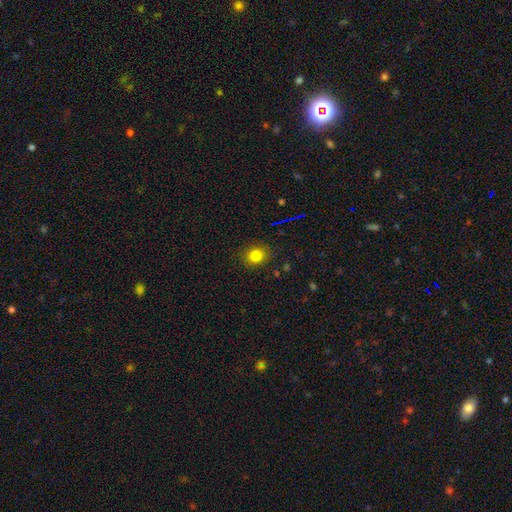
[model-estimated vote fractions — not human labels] Morphology: type=smooth (81%); roundness=round (69%); merging=none (86%).